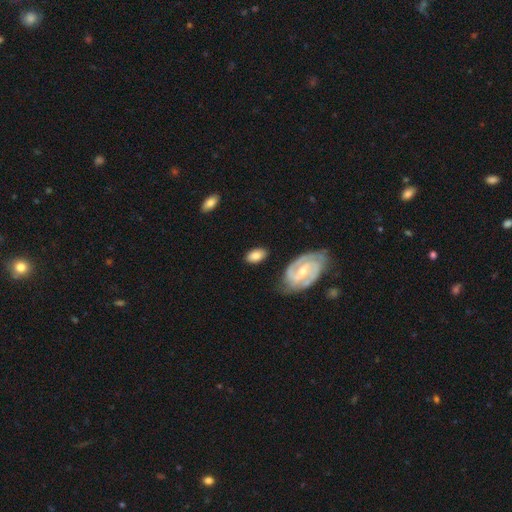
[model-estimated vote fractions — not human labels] smooth 63%, featured or disk 30%, star or artifact 7%. Down the decision tree: how rounded — in between (88%); merging — none (76%).